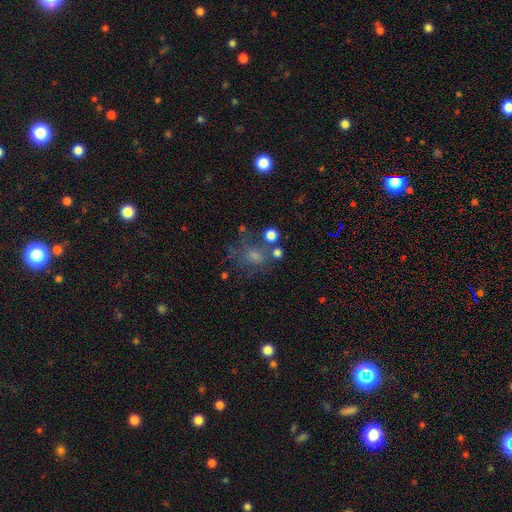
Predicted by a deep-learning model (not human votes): Smooth or featured: smooth — 52% (featured or disk — 26%)
How rounded: round — 62% (in between — 37%)
Merging: none — 50% (major disturbance — 20%)